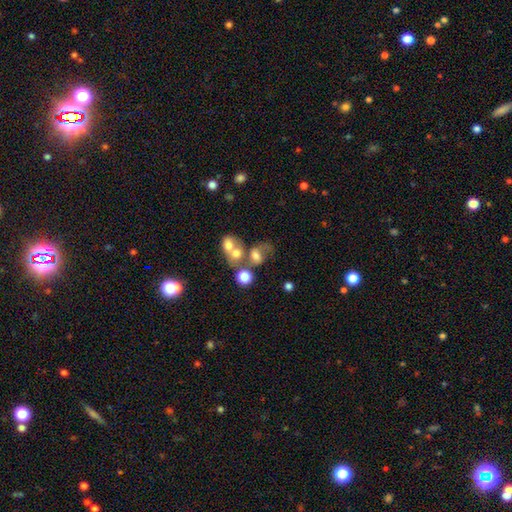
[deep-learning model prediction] Smooth or featured: smooth — 58% (featured or disk — 28%)
How rounded: round — 49% (tied with in between — 49%)
Merging: merger — 51% (none — 23%)